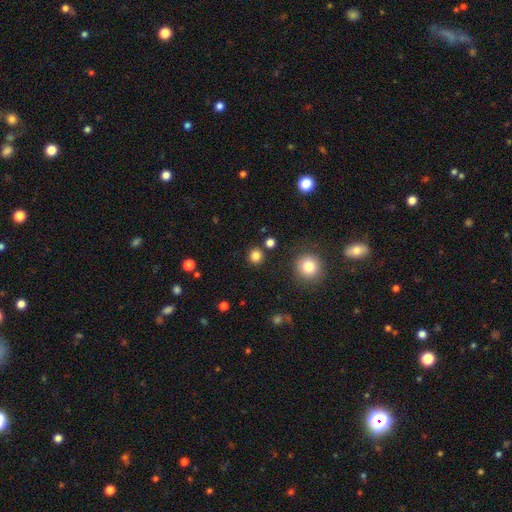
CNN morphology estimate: Overall: smooth (82%). How rounded: round (93%). Merging: none (89%).